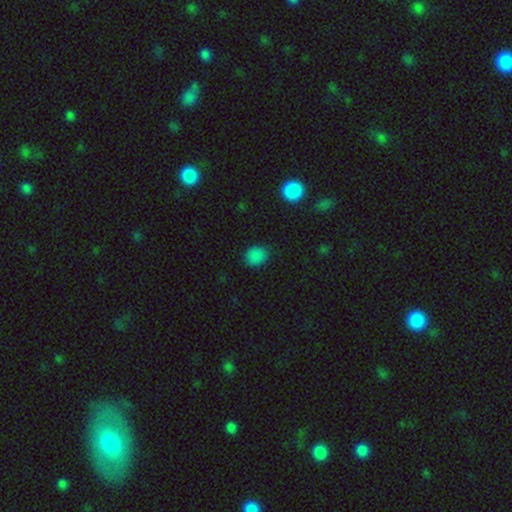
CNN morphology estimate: smooth-or-featured: smooth: 82% | star or artifact: 14% | featured or disk: 4%
  how-rounded: round: 55% | in between: 44% | cigar-shaped: 1%
  merging: none: 80% | minor disturbance: 15% | major disturbance: 3% | merger: 1%